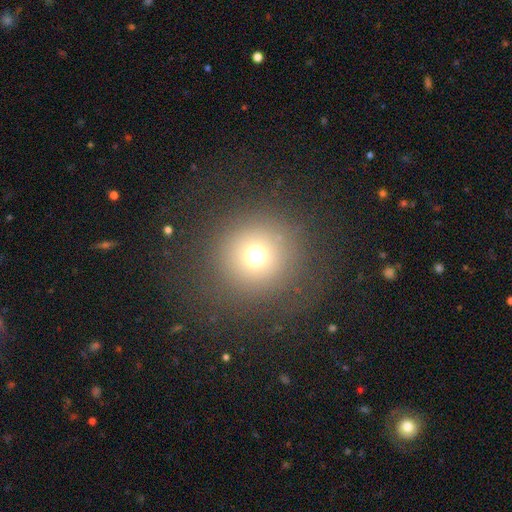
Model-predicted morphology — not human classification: The model was most divided on "smooth or featured": smooth: 68%, star or artifact: 22%, featured or disk: 10%. More confident: how rounded — round (95%); merging — none (84%).